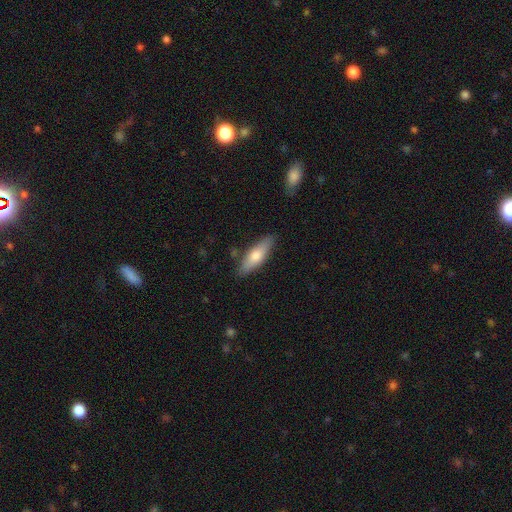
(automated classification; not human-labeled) smooth 64%, featured or disk 30%, star or artifact 6%. Down the decision tree: how rounded — cigar-shaped (54%); merging — none (85%).